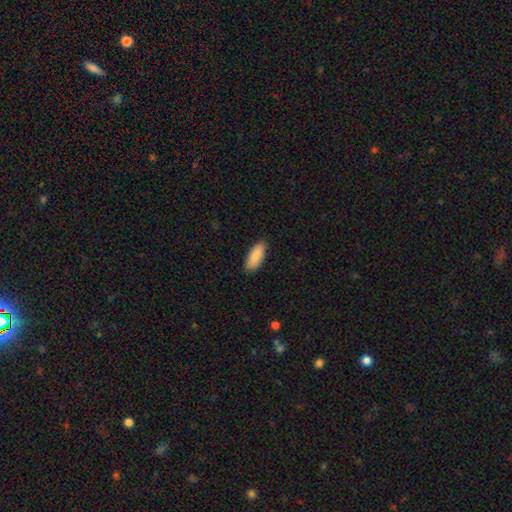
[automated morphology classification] smooth-or-featured: smooth: 87% | featured or disk: 7% | star or artifact: 6%
  how-rounded: in between: 76% | cigar-shaped: 22% | round: 2%
  merging: none: 88% | minor disturbance: 9% | major disturbance: 2% | merger: 1%